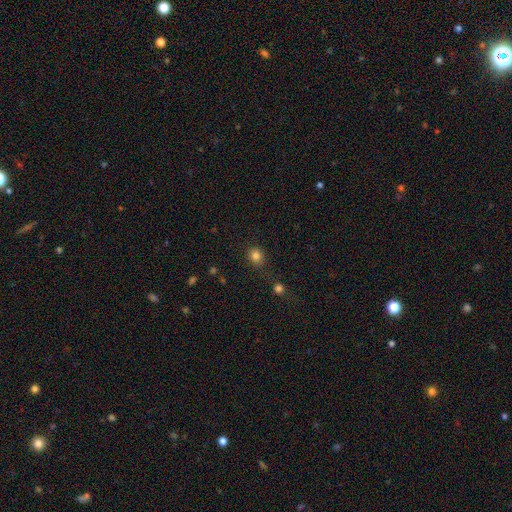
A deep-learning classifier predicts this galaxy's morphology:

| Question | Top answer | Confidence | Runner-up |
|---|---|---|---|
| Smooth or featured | smooth | 82% | star or artifact (13%) |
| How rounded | round | 77% | in between (22%) |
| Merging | none | 75% | minor disturbance (13%) |